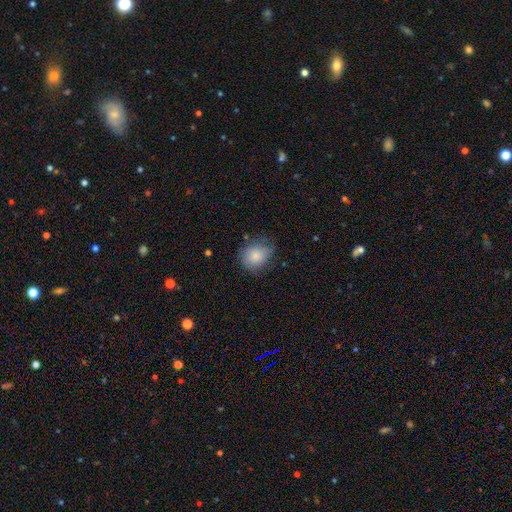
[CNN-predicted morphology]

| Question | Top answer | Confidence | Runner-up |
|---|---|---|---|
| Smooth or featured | smooth | 81% | featured or disk (11%) |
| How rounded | round | 63% | in between (36%) |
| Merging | none | 61% | minor disturbance (29%) |